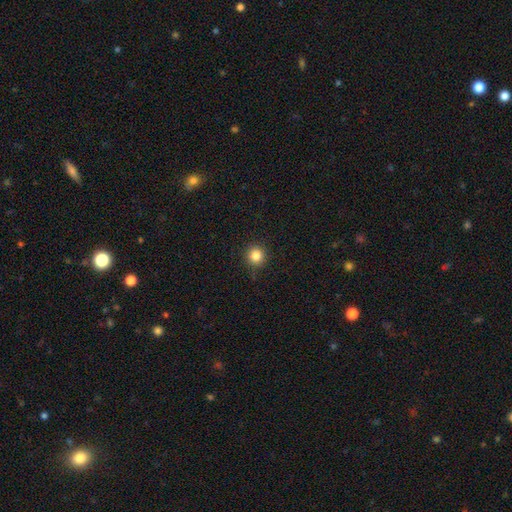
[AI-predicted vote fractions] Morphology: type=smooth (84%); roundness=round (94%); merging=none (89%).